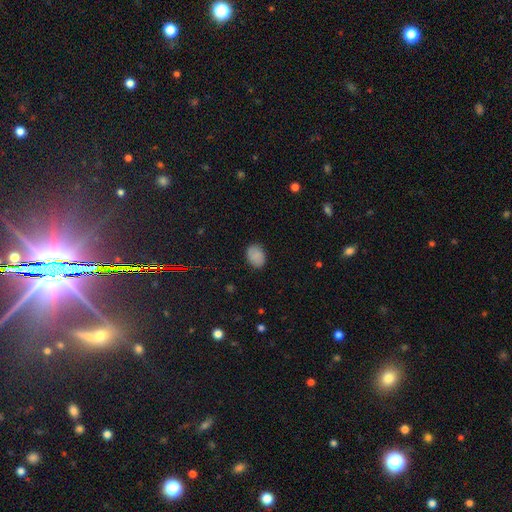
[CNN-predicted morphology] Q: Smooth or featured?
A: smooth (86%); runner-up: star or artifact (9%)
Q: How rounded?
A: in between (71%); runner-up: round (28%)
Q: Merging?
A: none (84%); runner-up: minor disturbance (12%)